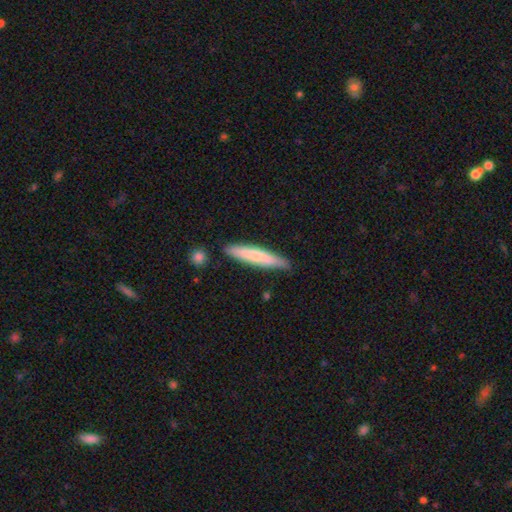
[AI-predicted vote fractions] Smooth or featured?
  - smooth: 68% *
  - featured or disk: 26%
  - star or artifact: 5%
How rounded?
  - cigar-shaped: 91% *
  - in between: 8%
  - round: 1%
Merging?
  - none: 83% *
  - minor disturbance: 13%
  - merger: 3%
  - major disturbance: 2%